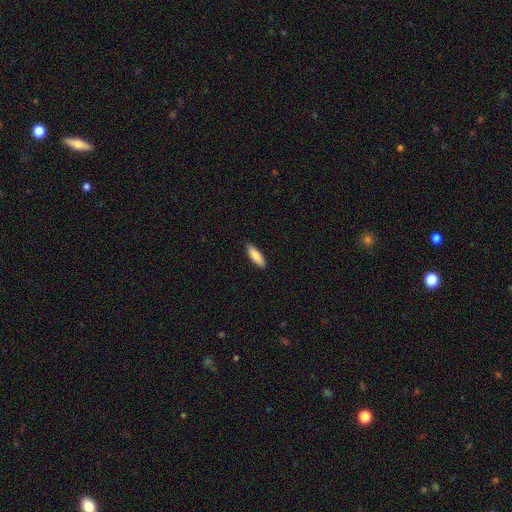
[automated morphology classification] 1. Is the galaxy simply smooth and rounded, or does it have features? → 87% smooth, 8% featured or disk, 5% star or artifact.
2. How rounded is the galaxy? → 50% cigar-shaped, 48% in between, 2% round.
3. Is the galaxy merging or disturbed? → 89% none, 8% minor disturbance, 2% major disturbance, 1% merger.